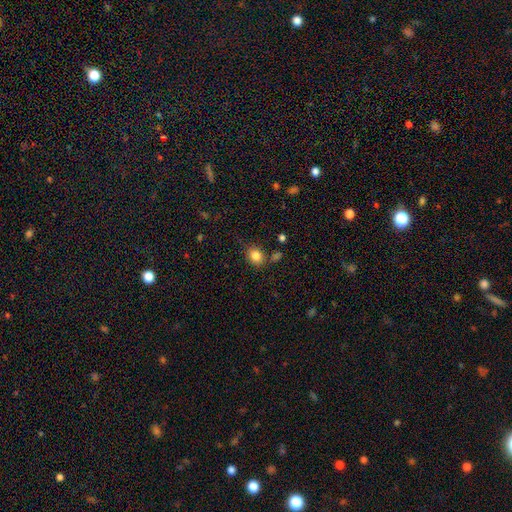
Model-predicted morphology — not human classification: The model was most divided on "how rounded": round: 57%, in between: 42%, cigar-shaped: 1%. More confident: smooth or featured — smooth (84%); merging — none (73%).